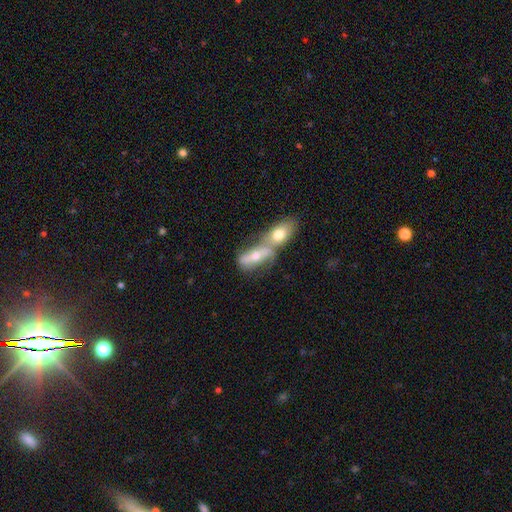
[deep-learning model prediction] smooth-or-featured: smooth: 51% | featured or disk: 42% | star or artifact: 8%
  how-rounded: in between: 66% | cigar-shaped: 28% | round: 6%
  merging: merger: 65% | none: 23% | minor disturbance: 8% | major disturbance: 5%